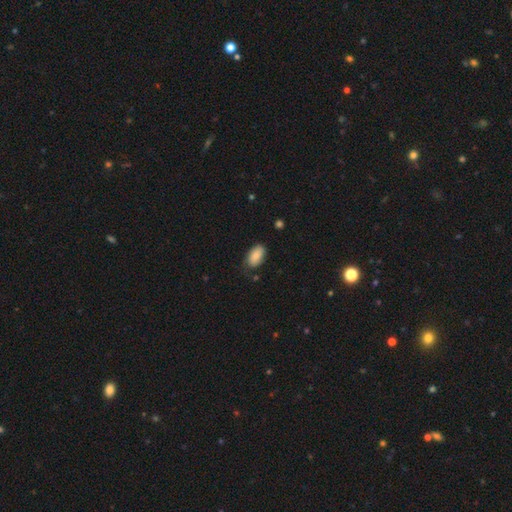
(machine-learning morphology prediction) The model was most divided on "merging": none: 68%, minor disturbance: 26%, major disturbance: 5%, merger: 2%. More confident: how rounded — in between (94%); smooth or featured — smooth (86%).